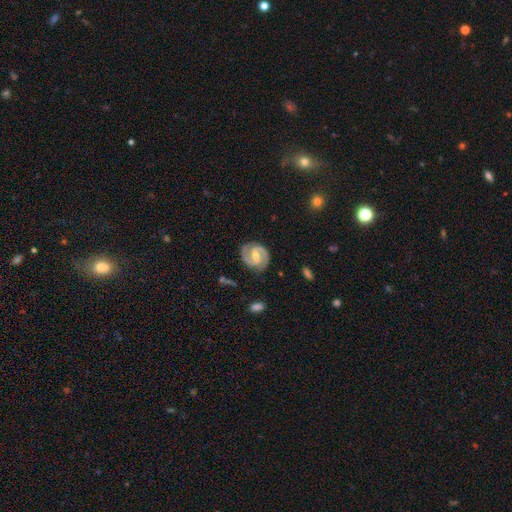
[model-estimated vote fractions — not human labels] Smooth or featured? featured or disk (91%)
Edge-on disk? no (98%)
Bar? weak (48%)
Spiral arms? yes (98%)
Spiral winding? medium (50%)
Spiral arm count? 2 (94%)
Bulge size? moderate (58%)
Merging? none (85%)